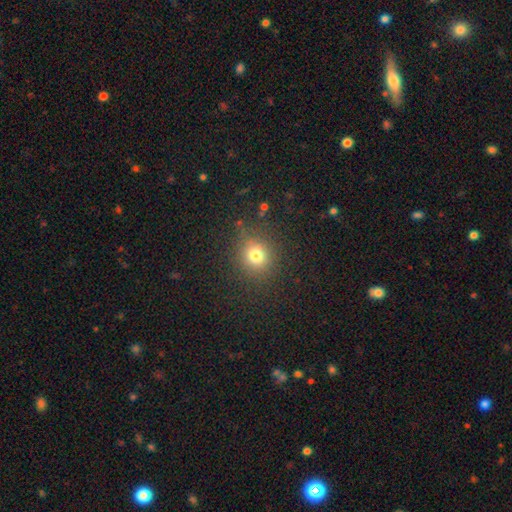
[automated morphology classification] This is likely a smooth galaxy (75%). How rounded: clearly round (86%). Merging: clearly none (85%).